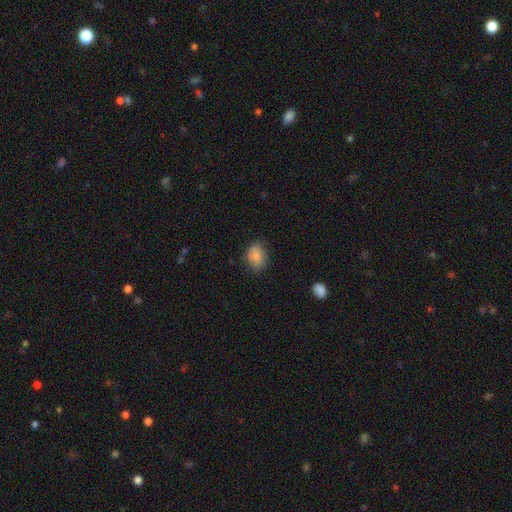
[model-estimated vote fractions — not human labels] A smooth galaxy with no disk features (86%) that is in between round and cigar-shaped (69%). Merging: none (78%).